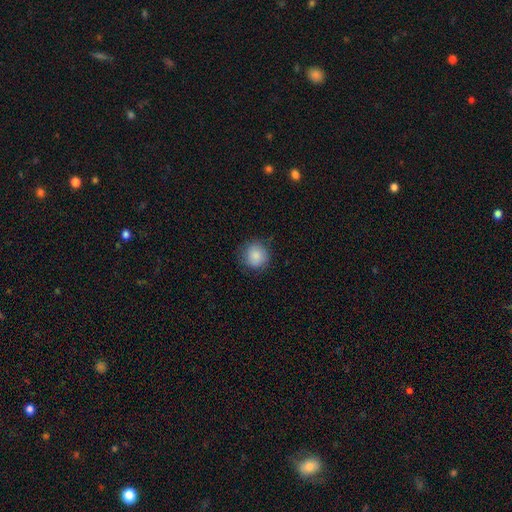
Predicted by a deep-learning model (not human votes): Smooth or featured? Predicted: smooth (p=0.86). How rounded? Predicted: round (p=0.91). Merging? Predicted: none (p=0.82).